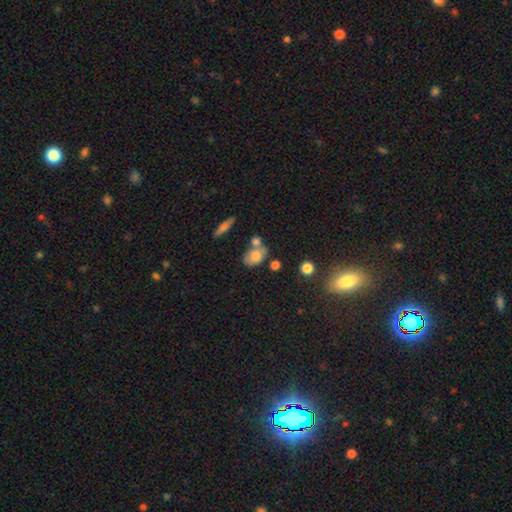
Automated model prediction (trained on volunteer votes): Smooth or featured: smooth — 69% (featured or disk — 21%)
How rounded: in between — 70% (round — 28%)
Merging: none — 40% (merger — 36%)